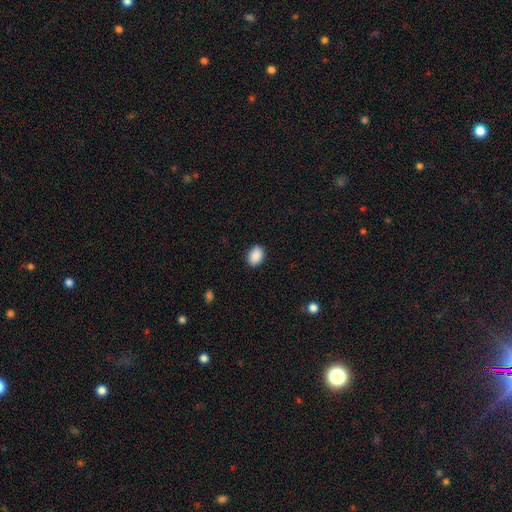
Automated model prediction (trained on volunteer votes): Smooth or featured? Predicted: smooth (p=0.90). How rounded? Predicted: in between (p=0.76). Merging? Predicted: none (p=0.88).